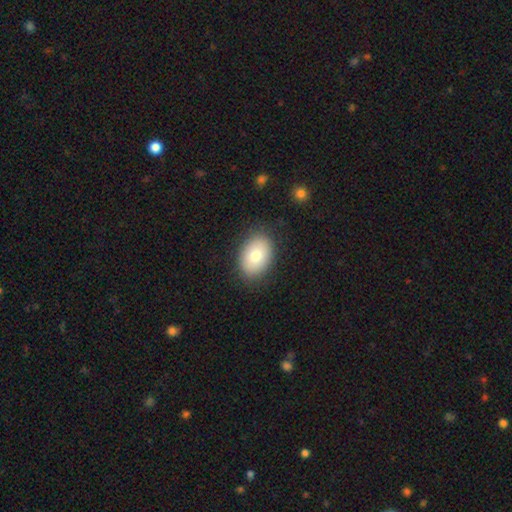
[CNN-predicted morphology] This appears to be a smooth galaxy with no disk features (79%) that is in between round and cigar-shaped (80%). Merging: none (86%).